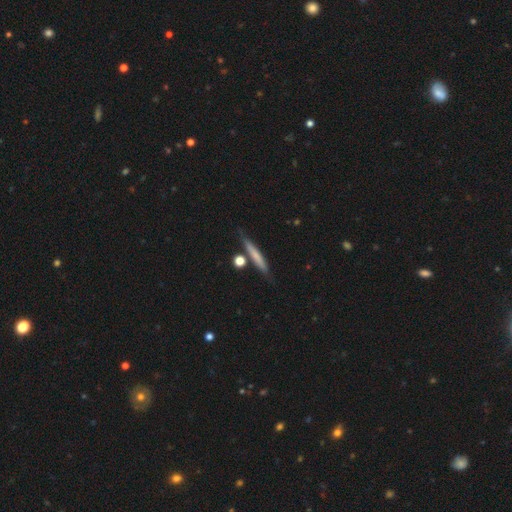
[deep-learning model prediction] Overall: smooth (67%; featured or disk 27%). How rounded: cigar-shaped (92%). Merging: none (79%).